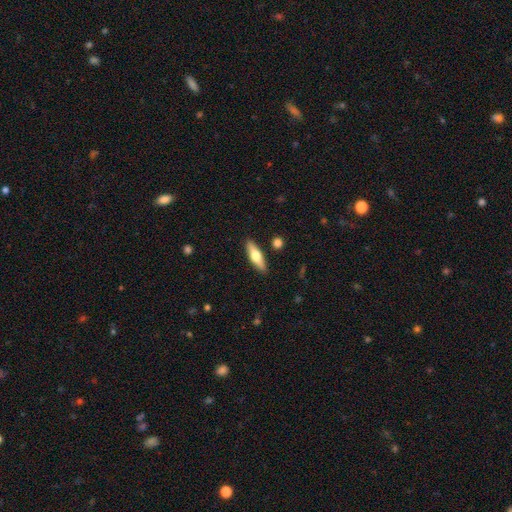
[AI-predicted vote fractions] Q: Smooth or featured?
A: smooth (53%); runner-up: featured or disk (41%)
Q: How rounded?
A: cigar-shaped (57%); runner-up: in between (41%)
Q: Merging?
A: none (89%); runner-up: minor disturbance (8%)